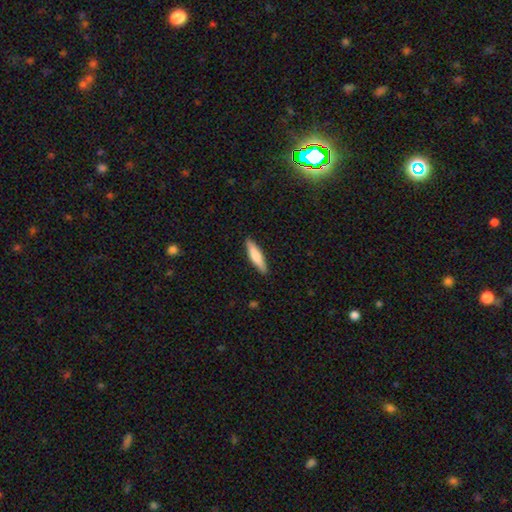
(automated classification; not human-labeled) smooth_or_featured: smooth (p=0.75) [alt: featured or disk p=0.20]
how_rounded: cigar-shaped (p=0.77) [alt: in between p=0.21]
merging: none (p=0.90) [alt: minor disturbance p=0.07]